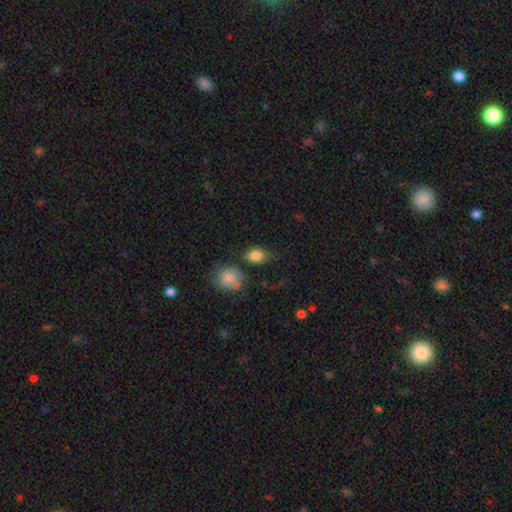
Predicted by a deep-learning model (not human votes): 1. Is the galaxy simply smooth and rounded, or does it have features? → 84% smooth, 9% star or artifact, 7% featured or disk.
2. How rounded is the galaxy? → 72% in between, 27% round, 2% cigar-shaped.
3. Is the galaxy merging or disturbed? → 64% none, 21% minor disturbance, 9% merger, 6% major disturbance.